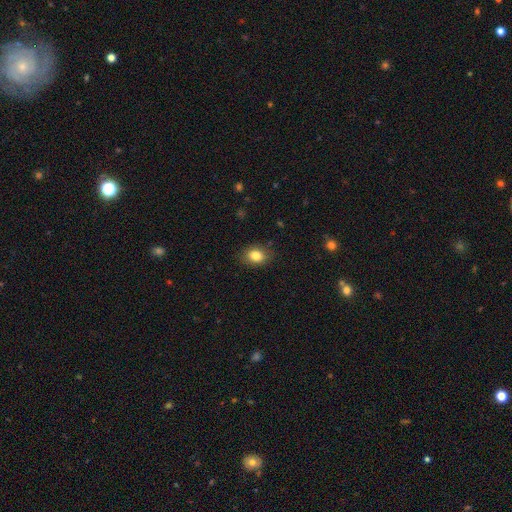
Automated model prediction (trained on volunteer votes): A smooth galaxy with no disk features (84%) that is in between round and cigar-shaped (63%).

Vote fractions:
- Smooth or featured? smooth: 84% / star or artifact: 10% / featured or disk: 7%
- How rounded? in between: 63% / round: 36% / cigar-shaped: 1%
- Merging? none: 86% / minor disturbance: 11% / major disturbance: 2% / merger: 1%